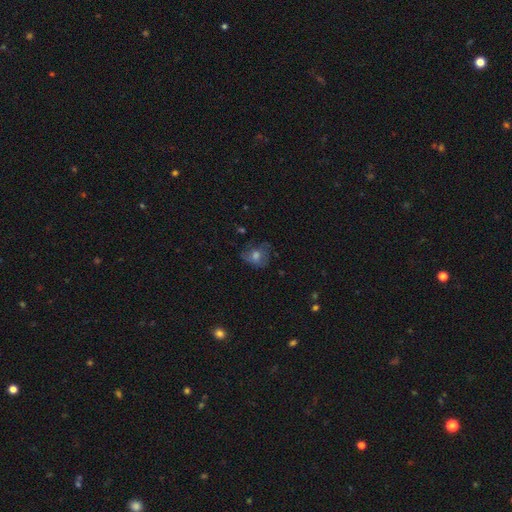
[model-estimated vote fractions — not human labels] Smooth or featured?
  - smooth: 52% *
  - featured or disk: 33%
  - star or artifact: 14%
How rounded?
  - round: 59% *
  - in between: 39%
  - cigar-shaped: 1%
Merging?
  - none: 53% *
  - minor disturbance: 25%
  - major disturbance: 19%
  - merger: 2%